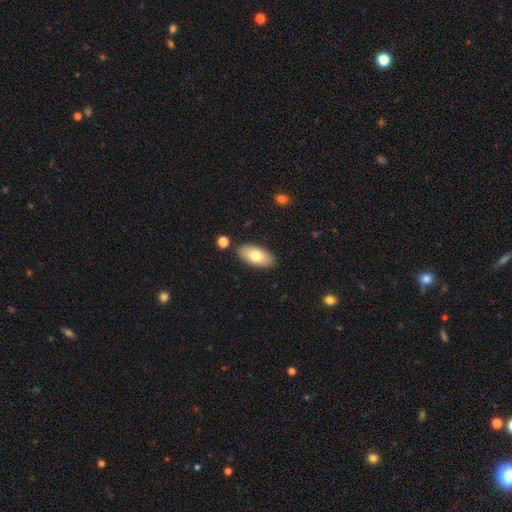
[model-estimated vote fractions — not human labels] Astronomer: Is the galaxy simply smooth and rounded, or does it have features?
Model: smooth — 75%.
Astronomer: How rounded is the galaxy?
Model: in between — 92%.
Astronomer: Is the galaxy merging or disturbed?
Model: none — 86%.